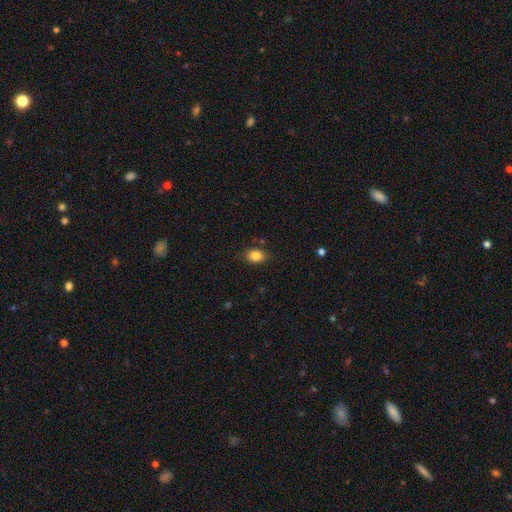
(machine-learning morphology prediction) This is clearly a smooth galaxy (84%). How rounded: likely in between (69%). Merging: likely none (80%).